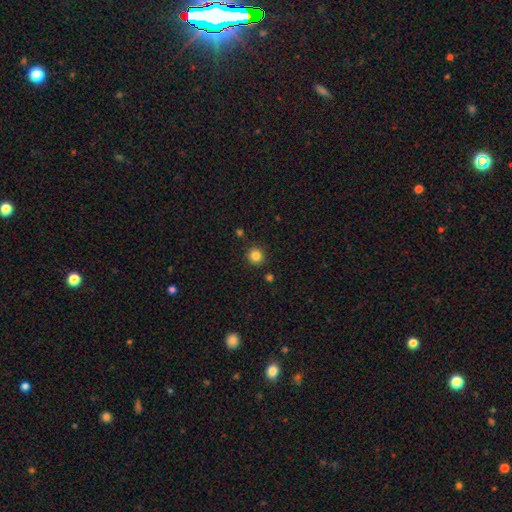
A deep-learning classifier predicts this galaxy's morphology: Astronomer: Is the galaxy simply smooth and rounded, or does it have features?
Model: smooth — 84%.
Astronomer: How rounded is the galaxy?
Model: round — 94%.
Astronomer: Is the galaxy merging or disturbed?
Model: none — 89%.